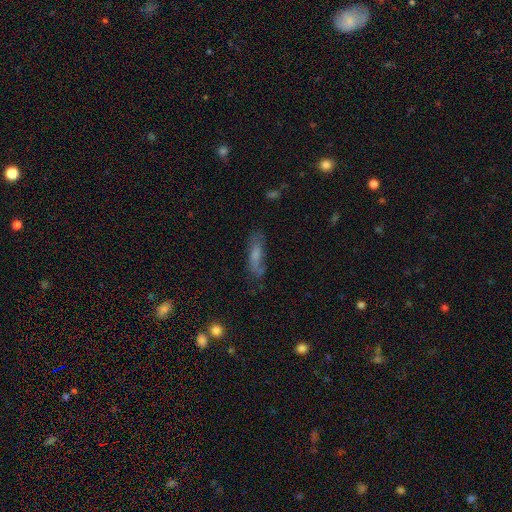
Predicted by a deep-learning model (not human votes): smooth-or-featured: smooth: 60% | featured or disk: 29% | star or artifact: 11%
  how-rounded: cigar-shaped: 53% | in between: 44% | round: 3%
  merging: none: 58% | minor disturbance: 25% | major disturbance: 12% | merger: 6%